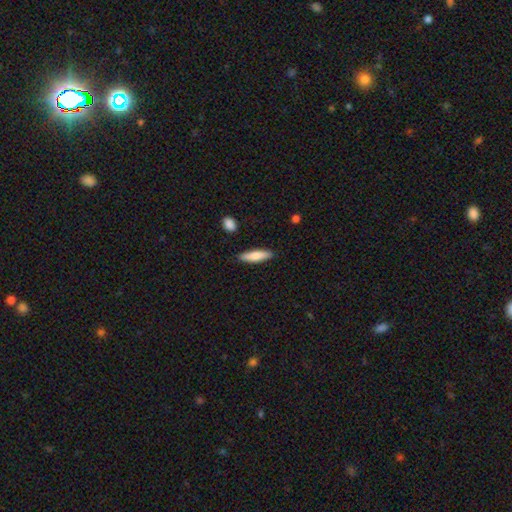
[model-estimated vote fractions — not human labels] A smooth galaxy with no disk features (74%) that is cigar-shaped (70%). Merging: none (88%).